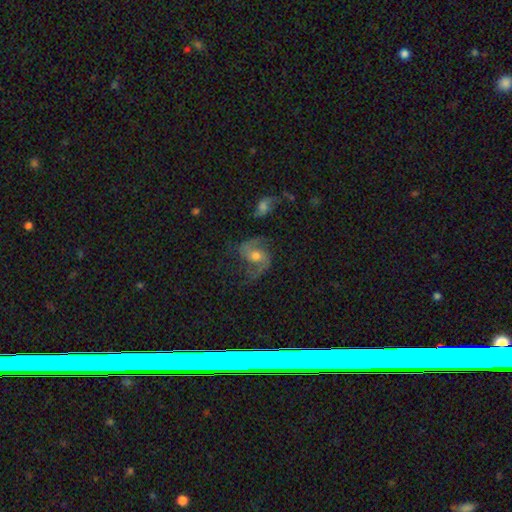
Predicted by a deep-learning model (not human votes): Smooth or featured? featured or disk (79%)
Edge-on disk? no (97%)
Bar? no (53%)
Spiral arms? yes (94%)
Spiral winding? loose (45%)
Spiral arm count? 2 (87%)
Bulge size? moderate (67%)
Merging? none (62%)